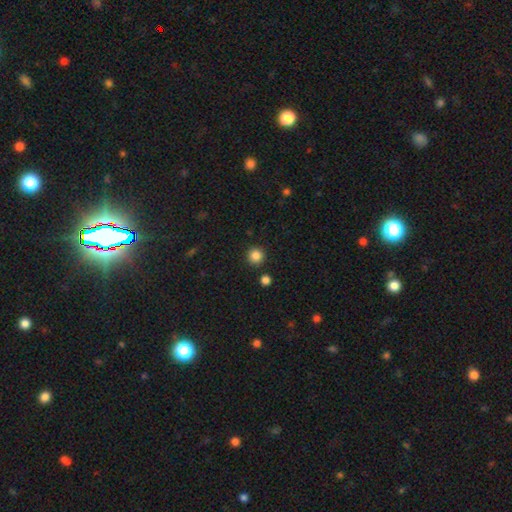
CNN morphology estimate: Smooth or featured?
  - smooth: 85% *
  - star or artifact: 11%
  - featured or disk: 4%
How rounded?
  - round: 95% *
  - in between: 4%
  - cigar-shaped: 1%
Merging?
  - none: 90% *
  - minor disturbance: 5%
  - merger: 3%
  - major disturbance: 2%